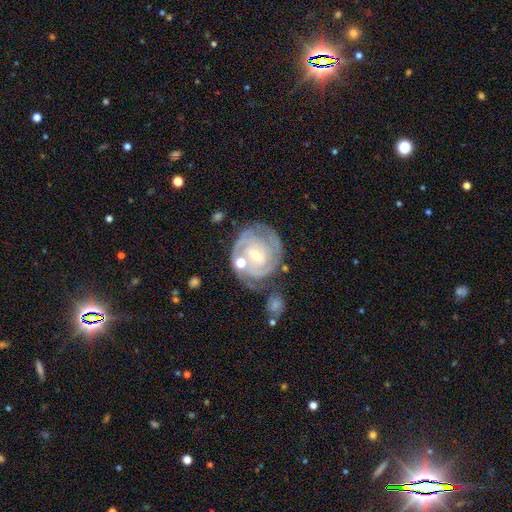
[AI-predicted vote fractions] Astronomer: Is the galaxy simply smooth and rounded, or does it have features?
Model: featured or disk — 87%.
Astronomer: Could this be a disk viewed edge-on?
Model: no — 97%.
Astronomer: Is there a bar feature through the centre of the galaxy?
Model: no — 48% (runner-up: weak, 39%).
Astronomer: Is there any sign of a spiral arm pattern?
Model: yes — 96%.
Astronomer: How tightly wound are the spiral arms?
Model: tight — 77%.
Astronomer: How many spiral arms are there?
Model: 2 — 33% (runner-up: 3, 27%).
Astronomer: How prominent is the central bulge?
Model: small — 50% (runner-up: moderate, 46%).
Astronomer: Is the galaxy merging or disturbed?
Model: none — 62%.